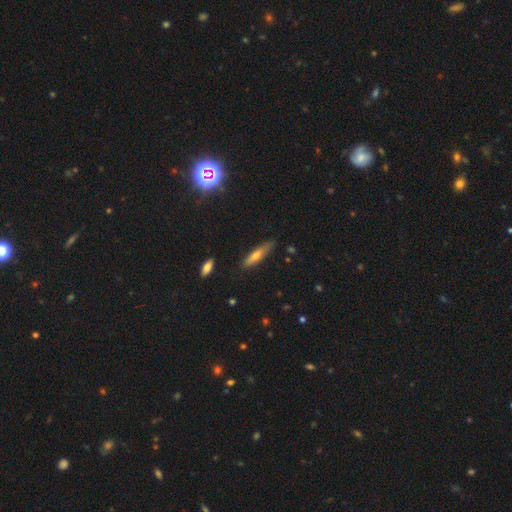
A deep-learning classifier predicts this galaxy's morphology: Smooth or featured?
  - smooth: 57% *
  - featured or disk: 34%
  - star or artifact: 9%
How rounded?
  - cigar-shaped: 79% *
  - in between: 19%
  - round: 2%
Merging?
  - none: 80% *
  - minor disturbance: 16%
  - major disturbance: 3%
  - merger: 2%